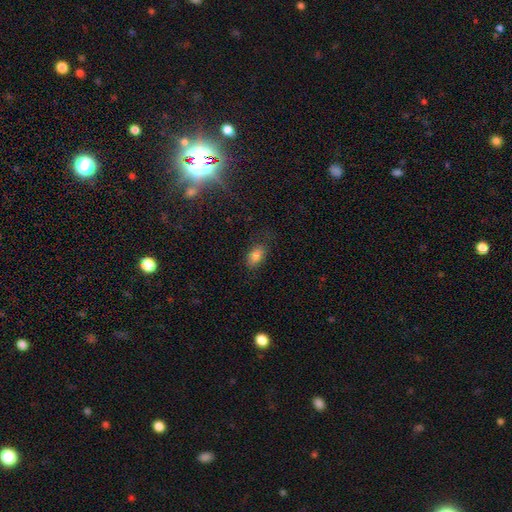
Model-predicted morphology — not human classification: smooth-or-featured: smooth: 80% | star or artifact: 11% | featured or disk: 9%
  how-rounded: in between: 88% | round: 10% | cigar-shaped: 2%
  merging: none: 74% | minor disturbance: 18% | major disturbance: 6% | merger: 1%